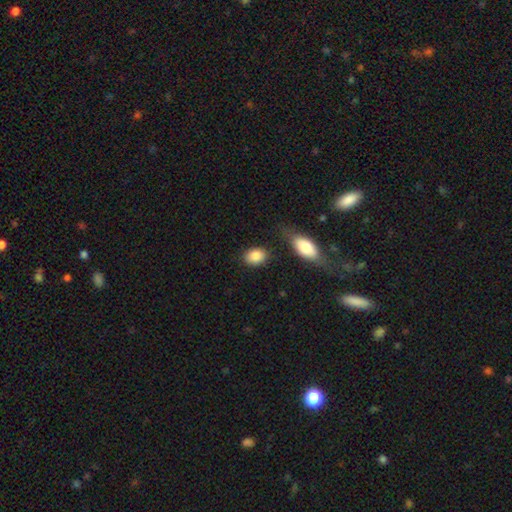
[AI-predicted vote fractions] Q: Smooth or featured?
A: smooth (87%); runner-up: star or artifact (7%)
Q: How rounded?
A: in between (77%); runner-up: round (21%)
Q: Merging?
A: none (77%); runner-up: minor disturbance (12%)